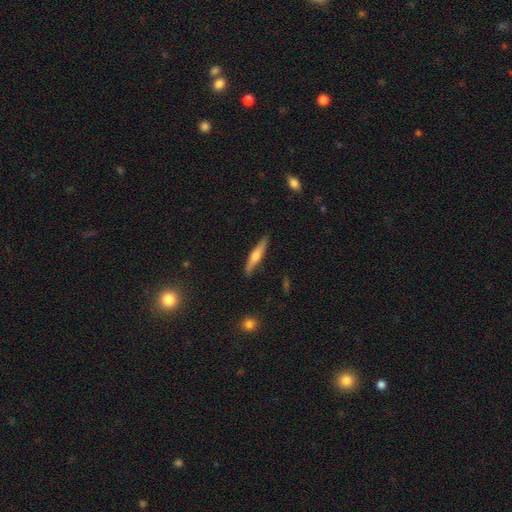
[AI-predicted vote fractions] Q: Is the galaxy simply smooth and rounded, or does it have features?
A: smooth — 48%.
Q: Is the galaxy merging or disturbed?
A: none — 87%.